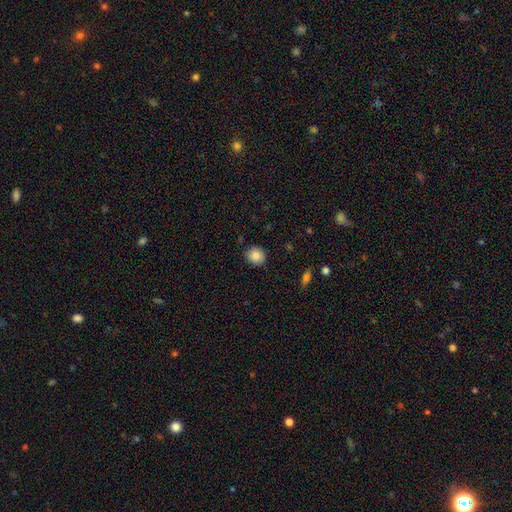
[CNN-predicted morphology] smooth 86%, star or artifact 8%, featured or disk 6%. Down the decision tree: how rounded — round (84%); merging — none (87%).